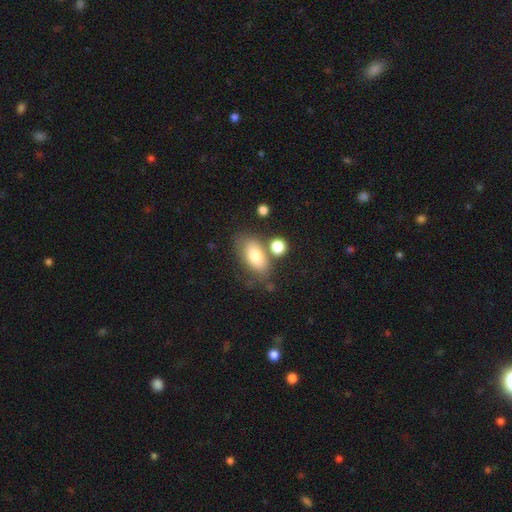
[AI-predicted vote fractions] A smooth galaxy with no disk features (74%) that is in between round and cigar-shaped (88%).

Vote fractions:
- Smooth or featured? smooth: 74% / featured or disk: 18% / star or artifact: 8%
- How rounded? in between: 88% / round: 8% / cigar-shaped: 4%
- Merging? none: 59% / minor disturbance: 17% / merger: 17% / major disturbance: 7%